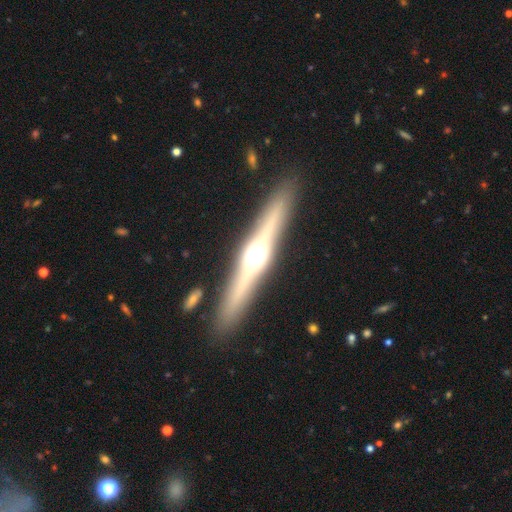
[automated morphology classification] Q: Smooth or featured?
A: featured or disk (72%); runner-up: smooth (22%)
Q: Edge-on disk?
A: yes (96%); runner-up: no (4%)
Q: Edge-on bulge?
A: rounded (93%); runner-up: boxy (5%)
Q: Merging?
A: none (88%); runner-up: minor disturbance (7%)